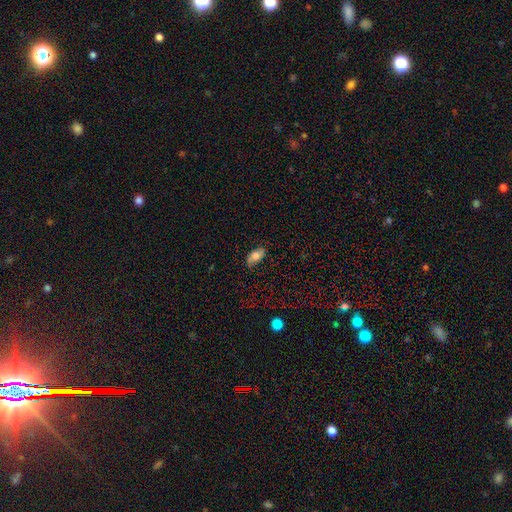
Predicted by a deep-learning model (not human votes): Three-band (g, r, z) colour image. It shows a smooth galaxy with no disk features (68%) that is in between round and cigar-shaped (90%). Merging: none (79%).